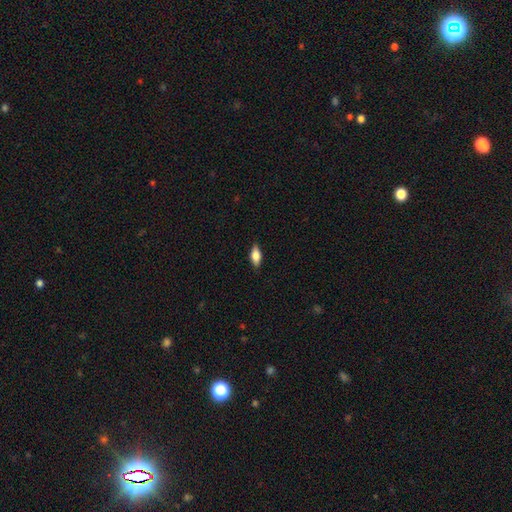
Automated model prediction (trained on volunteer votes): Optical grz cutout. It shows a smooth galaxy with no disk features (71%) that is in between round and cigar-shaped (80%). Merging: none (87%).